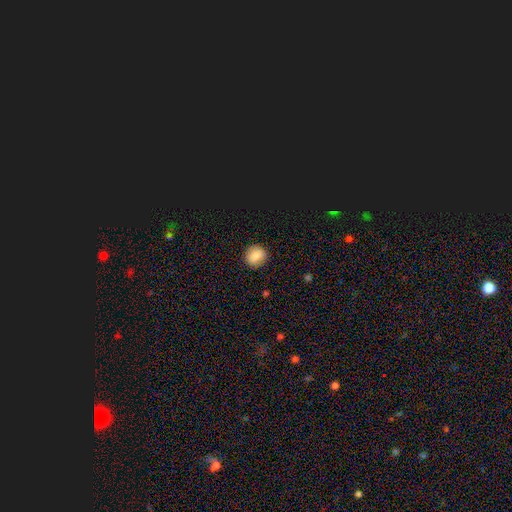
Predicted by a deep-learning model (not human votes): A smooth galaxy with no disk features (80%) that is round (88%).

Vote fractions:
- Smooth or featured? smooth: 80% / star or artifact: 11% / featured or disk: 9%
- How rounded? round: 88% / in between: 11% / cigar-shaped: 1%
- Merging? none: 88% / minor disturbance: 9% / major disturbance: 2% / merger: 1%